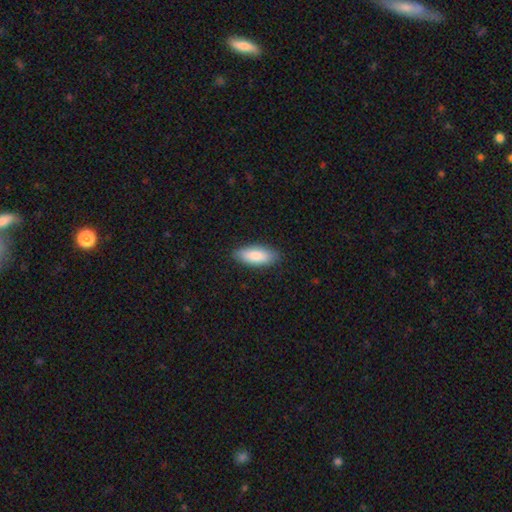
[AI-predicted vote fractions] Smooth or featured? smooth (84%)
How rounded? in between (79%)
Merging? none (87%)